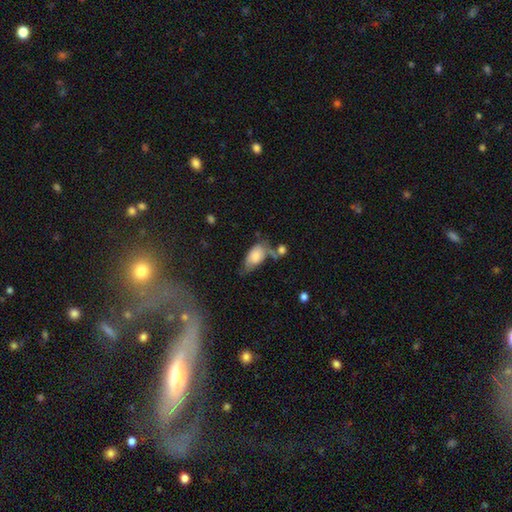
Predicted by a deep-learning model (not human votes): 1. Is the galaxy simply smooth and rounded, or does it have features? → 75% smooth, 17% featured or disk, 7% star or artifact.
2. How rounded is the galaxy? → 91% in between, 5% cigar-shaped, 4% round.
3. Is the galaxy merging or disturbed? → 34% none, 33% minor disturbance, 17% major disturbance, 16% merger.